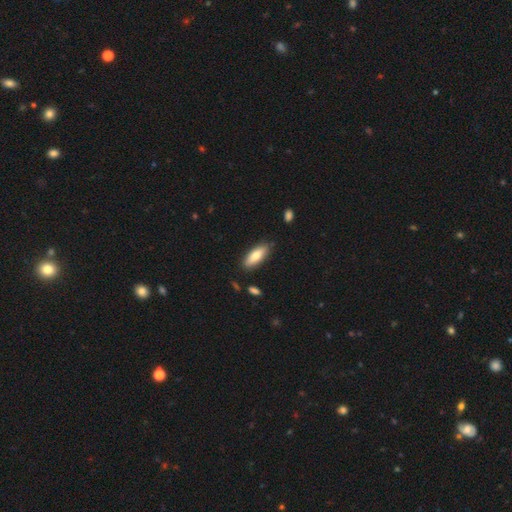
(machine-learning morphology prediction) Overall: smooth (75%). How rounded: in between (66%; cigar-shaped 33%). Merging: none (85%).